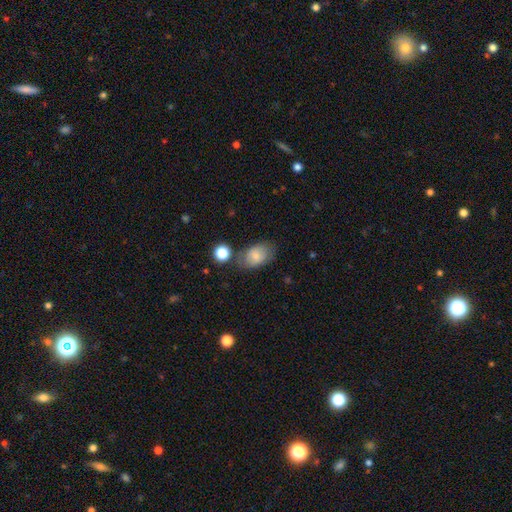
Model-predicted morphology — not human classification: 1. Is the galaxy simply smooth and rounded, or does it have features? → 76% smooth, 16% featured or disk, 8% star or artifact.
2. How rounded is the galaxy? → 86% in between, 12% round, 1% cigar-shaped.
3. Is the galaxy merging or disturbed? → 67% none, 20% minor disturbance, 7% merger, 6% major disturbance.